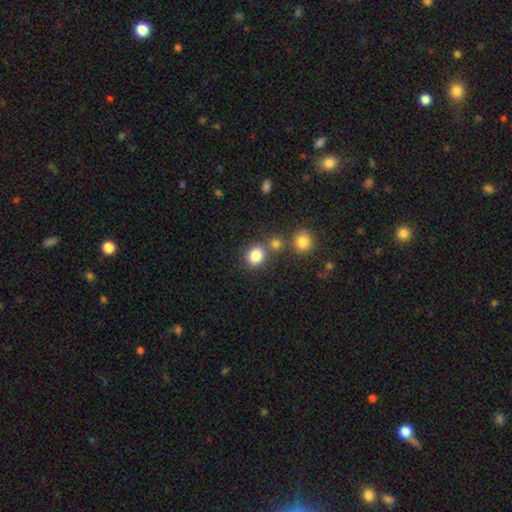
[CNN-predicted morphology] Smooth or featured: smooth — 83% (star or artifact — 11%)
How rounded: round — 66% (in between — 33%)
Merging: none — 67% (merger — 19%)